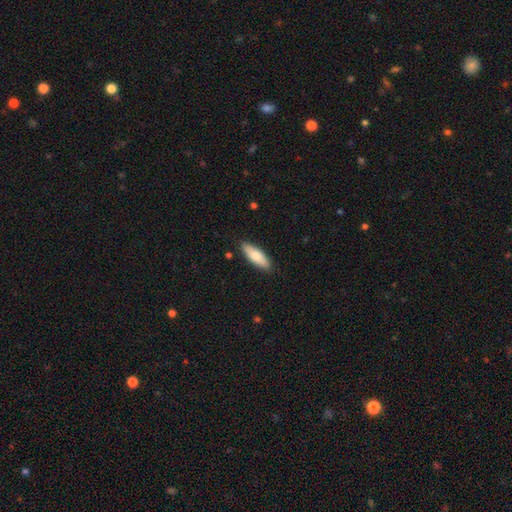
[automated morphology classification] type=smooth (74%); roundness=in between (60%); merging=none (87%).